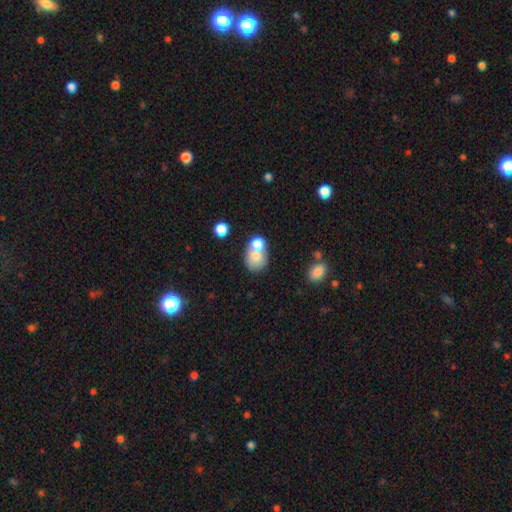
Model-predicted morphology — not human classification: type=smooth (73%); roundness=round (56%); merging=merger (51%).